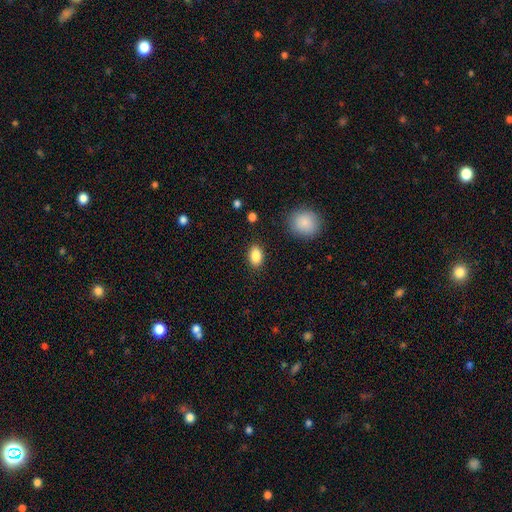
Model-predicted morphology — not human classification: smooth_or_featured: smooth (p=0.87) [alt: star or artifact p=0.08]
how_rounded: in between (p=0.83) [alt: round p=0.15]
merging: none (p=0.87) [alt: minor disturbance p=0.09]